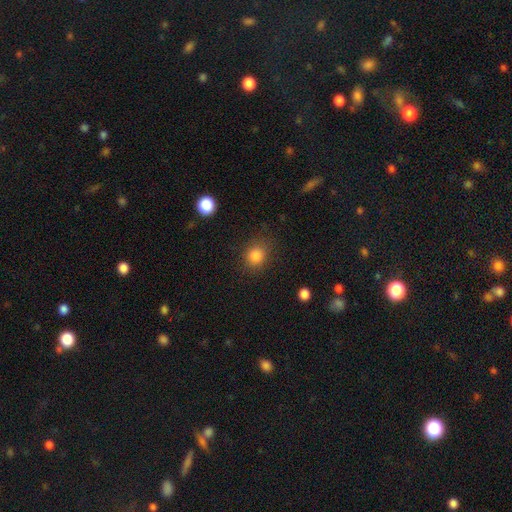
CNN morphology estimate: Smooth or featured: smooth — 84% (star or artifact — 11%)
How rounded: round — 71% (in between — 28%)
Merging: none — 81% (minor disturbance — 13%)